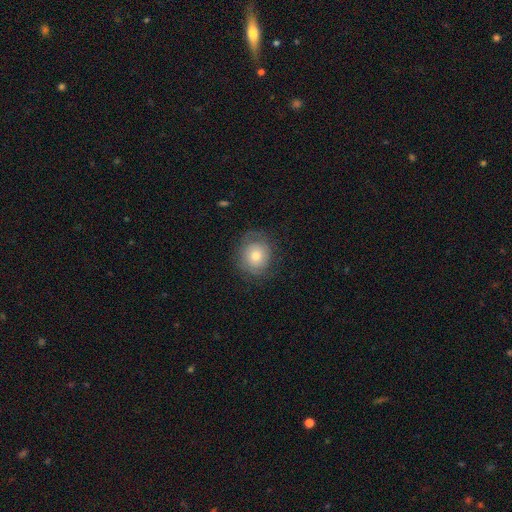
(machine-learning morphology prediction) Q: Smooth or featured?
A: smooth (53%); runner-up: featured or disk (36%)
Q: How rounded?
A: round (81%); runner-up: in between (18%)
Q: Merging?
A: none (76%); runner-up: minor disturbance (16%)